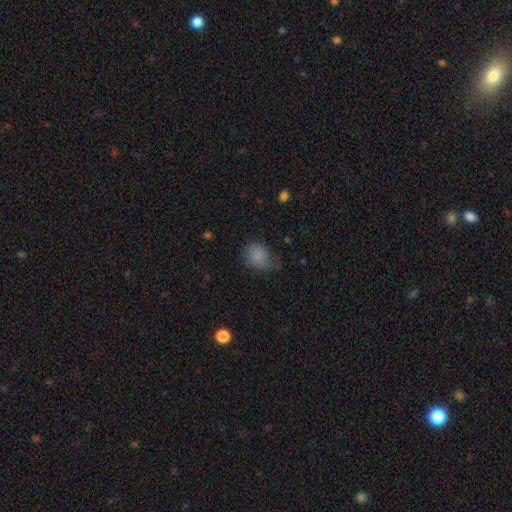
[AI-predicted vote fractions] Q: Smooth or featured?
A: smooth (80%); runner-up: star or artifact (11%)
Q: How rounded?
A: in between (53%); runner-up: round (46%)
Q: Merging?
A: none (52%); runner-up: minor disturbance (34%)